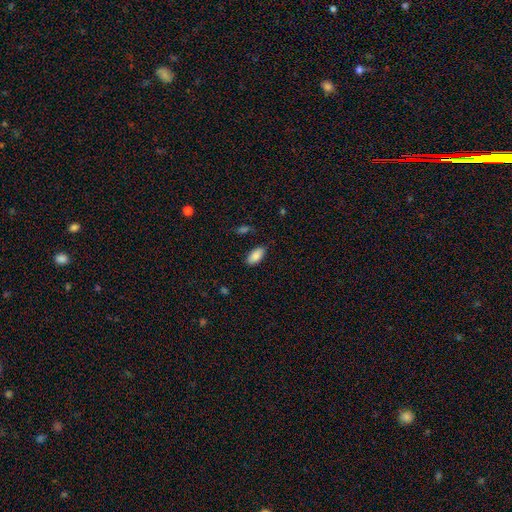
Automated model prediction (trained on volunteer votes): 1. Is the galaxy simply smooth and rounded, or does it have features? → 88% smooth, 7% star or artifact, 5% featured or disk.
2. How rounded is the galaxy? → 93% in between, 5% cigar-shaped, 2% round.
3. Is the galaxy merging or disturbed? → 83% none, 13% minor disturbance, 3% major disturbance, 2% merger.